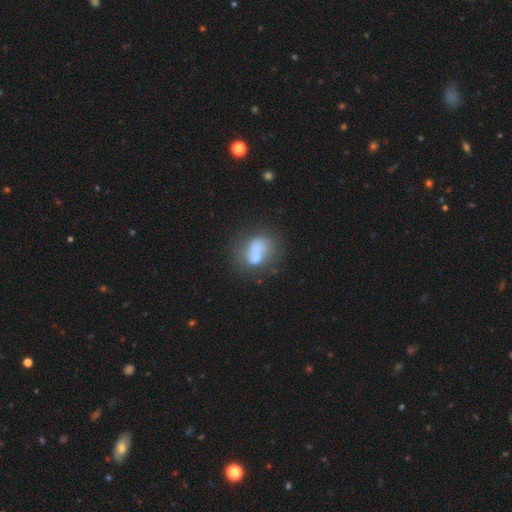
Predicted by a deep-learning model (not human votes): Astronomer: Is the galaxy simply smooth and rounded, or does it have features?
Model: smooth — 55% (runner-up: featured or disk, 33%).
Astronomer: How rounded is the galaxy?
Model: in between — 59% (runner-up: round, 37%).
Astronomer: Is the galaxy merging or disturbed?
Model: none — 38% (runner-up: merger, 28%).